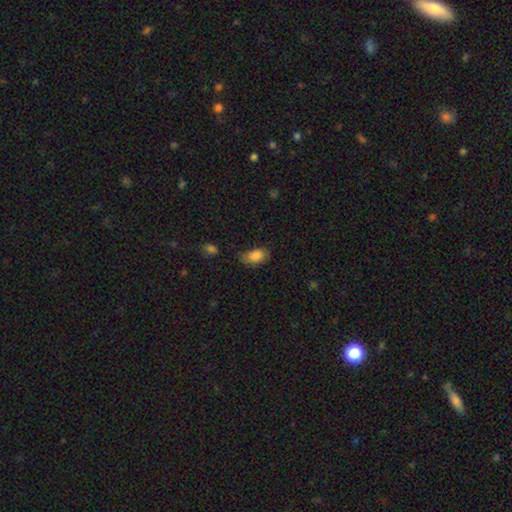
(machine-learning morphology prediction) Smooth or featured?
  - smooth: 85% *
  - star or artifact: 8%
  - featured or disk: 7%
How rounded?
  - in between: 89% *
  - round: 10%
  - cigar-shaped: 2%
Merging?
  - none: 62% *
  - minor disturbance: 28%
  - major disturbance: 7%
  - merger: 2%